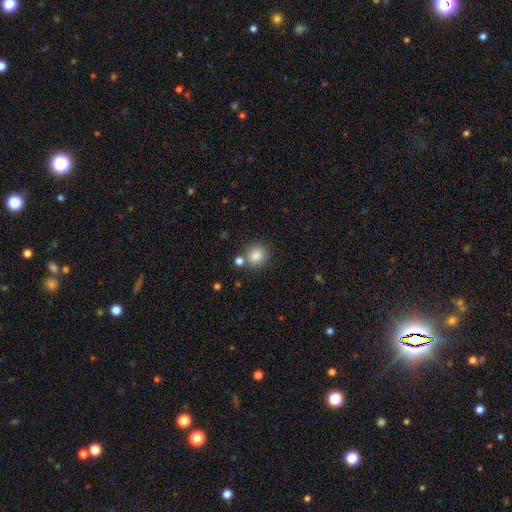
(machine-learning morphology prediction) smooth 85%, star or artifact 10%, featured or disk 5%. Down the decision tree: how rounded — round (85%); merging — none (74%).